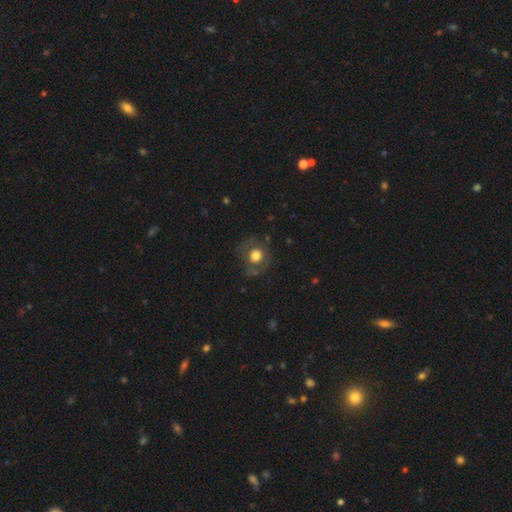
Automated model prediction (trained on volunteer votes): A smooth galaxy with no disk features (64%) that is round (85%).

Vote fractions:
- Smooth or featured? smooth: 64% / featured or disk: 26% / star or artifact: 10%
- How rounded? round: 85% / in between: 14% / cigar-shaped: 1%
- Merging? none: 74% / minor disturbance: 15% / major disturbance: 9% / merger: 2%